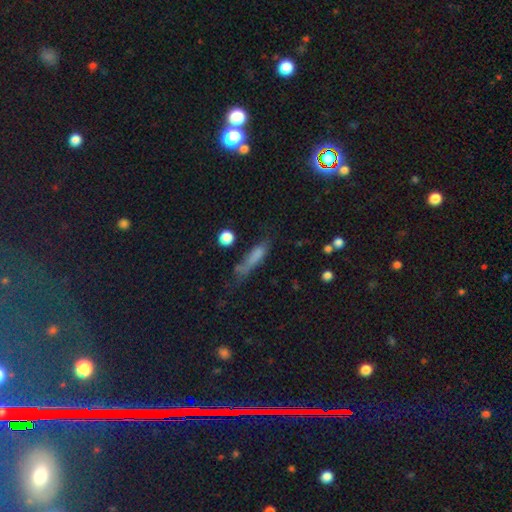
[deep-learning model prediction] A smooth galaxy with no disk features (70%) that is cigar-shaped (68%). Merging: none (42%).